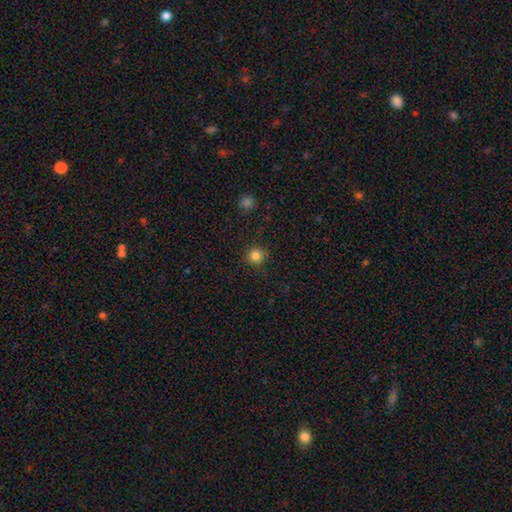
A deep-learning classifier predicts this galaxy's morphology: This appears to be a smooth galaxy with no disk features (83%) that is round (94%). Merging: none (88%).